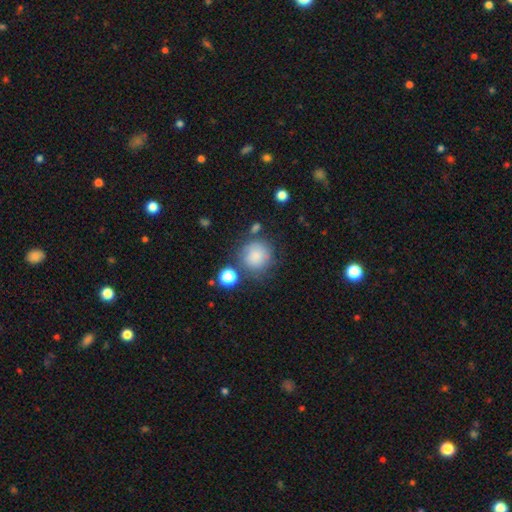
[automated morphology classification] This is clearly a smooth galaxy (81%). How rounded: clearly round (91%). Merging: likely none (64%).